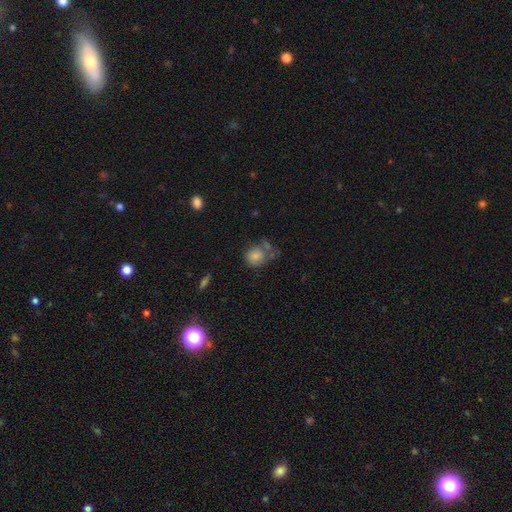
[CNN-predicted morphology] Smooth or featured? Predicted: smooth (p=0.66). How rounded? Predicted: round (p=0.75). Merging? Predicted: none (p=0.49).